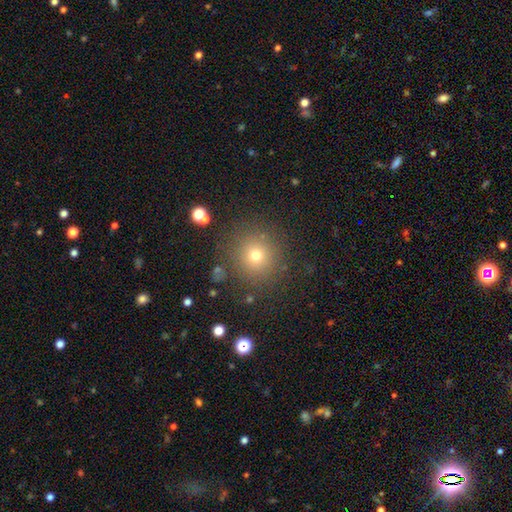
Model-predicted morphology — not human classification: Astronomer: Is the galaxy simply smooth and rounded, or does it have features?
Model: smooth — 71%.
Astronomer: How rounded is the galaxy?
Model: round — 93%.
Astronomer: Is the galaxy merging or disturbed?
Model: none — 86%.